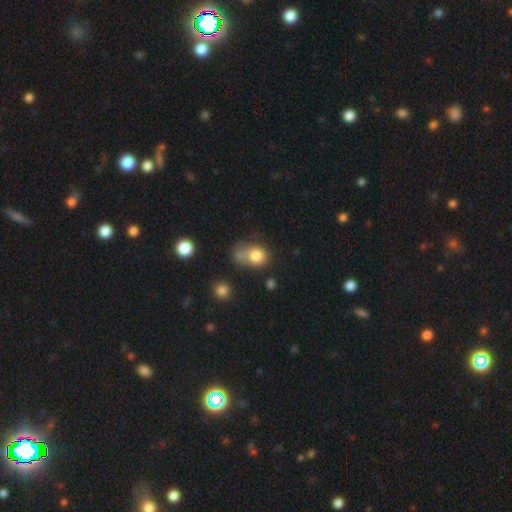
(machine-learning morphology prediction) Smooth or featured? smooth (78%)
How rounded? round (54%)
Merging? none (33%)